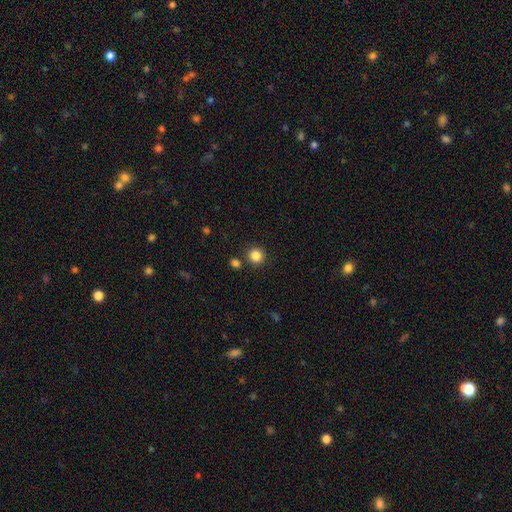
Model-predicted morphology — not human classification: Q: Smooth or featured?
A: smooth (84%); runner-up: star or artifact (11%)
Q: How rounded?
A: round (92%); runner-up: in between (7%)
Q: Merging?
A: none (86%); runner-up: minor disturbance (6%)